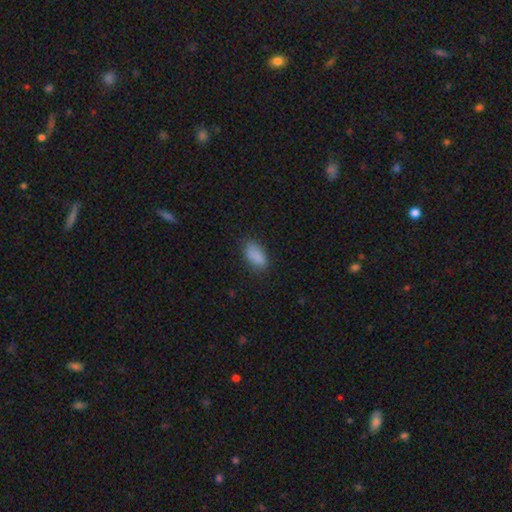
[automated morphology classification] smooth_or_featured: smooth (p=0.86) [alt: star or artifact p=0.08]
how_rounded: in between (p=0.91) [alt: cigar-shaped p=0.05]
merging: none (p=0.76) [alt: minor disturbance p=0.18]